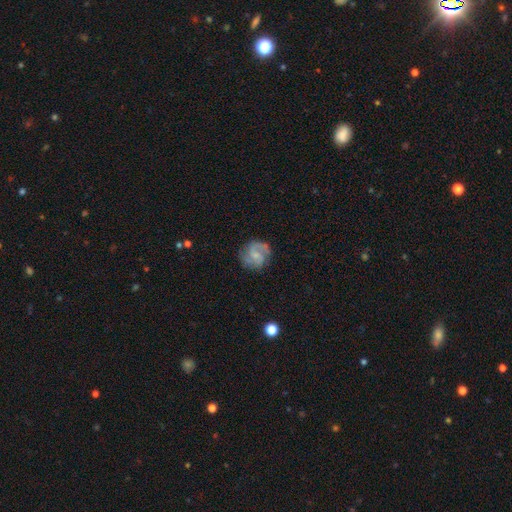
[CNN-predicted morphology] This appears to be a featured or disk galaxy (77%) with a weak bar (47%), 2 (77%) medium (52%) spiral arms (95%) and a small central bulge (57%). Merging: none (77%).